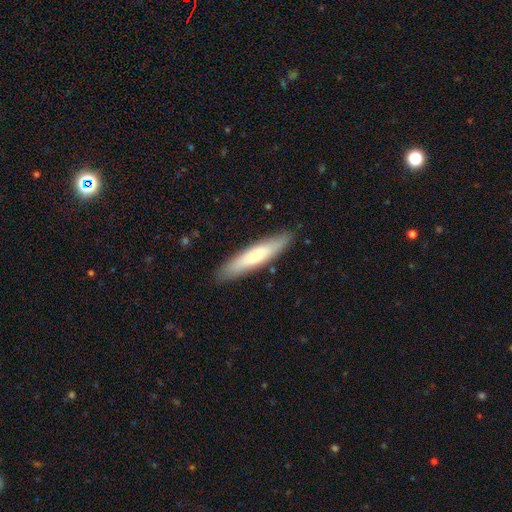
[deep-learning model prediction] Overall: smooth (63%; featured or disk 32%). How rounded: cigar-shaped (85%). Merging: none (88%).